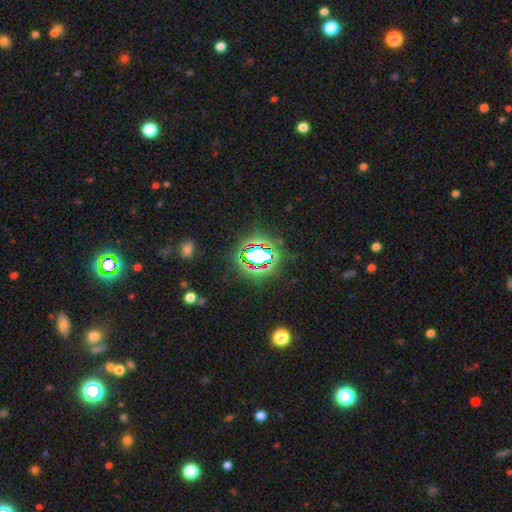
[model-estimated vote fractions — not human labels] The model was most divided on "smooth or featured": star or artifact: 69%, smooth: 20%, featured or disk: 12%.